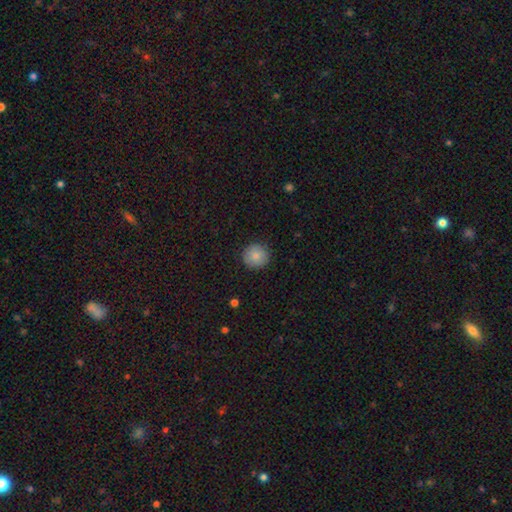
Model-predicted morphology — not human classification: Smooth or featured: smooth — 84% (featured or disk — 8%)
How rounded: round — 94% (in between — 5%)
Merging: none — 89% (minor disturbance — 8%)